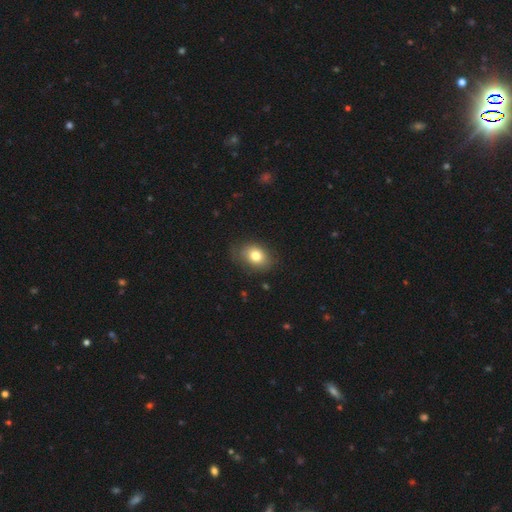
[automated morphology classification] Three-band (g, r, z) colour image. It shows a smooth galaxy with no disk features (79%) that is in between round and cigar-shaped (70%). Merging: none (76%).